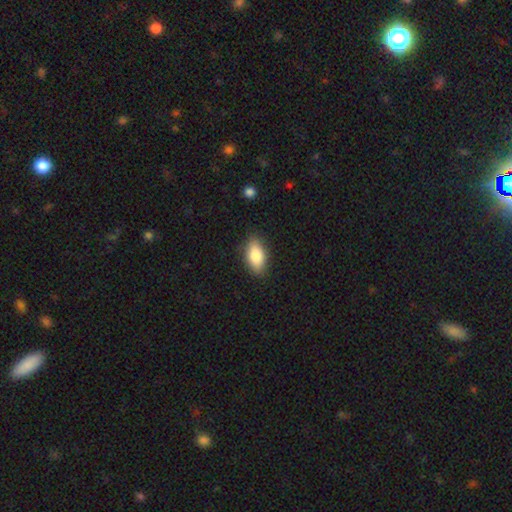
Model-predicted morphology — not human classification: Smooth or featured: smooth — 85% (featured or disk — 9%)
How rounded: in between — 90% (cigar-shaped — 6%)
Merging: none — 84% (minor disturbance — 12%)